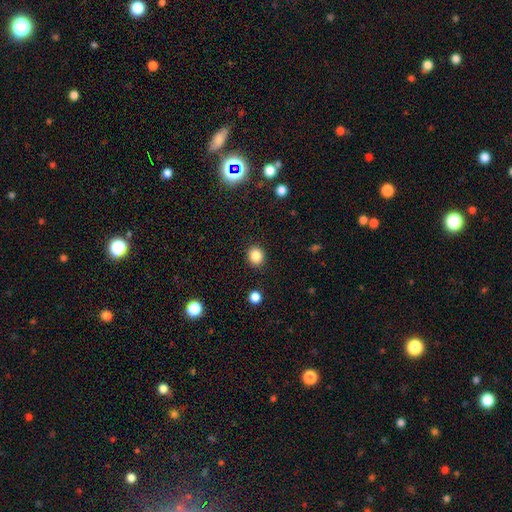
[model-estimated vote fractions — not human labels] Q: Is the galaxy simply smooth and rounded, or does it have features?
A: smooth — 85%.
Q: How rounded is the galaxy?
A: round — 77%.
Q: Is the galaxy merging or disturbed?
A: none — 90%.